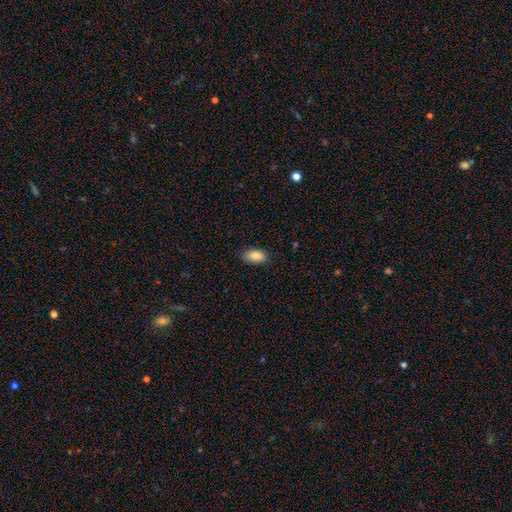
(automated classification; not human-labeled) Overall: smooth (86%). How rounded: in between (93%). Merging: none (86%).